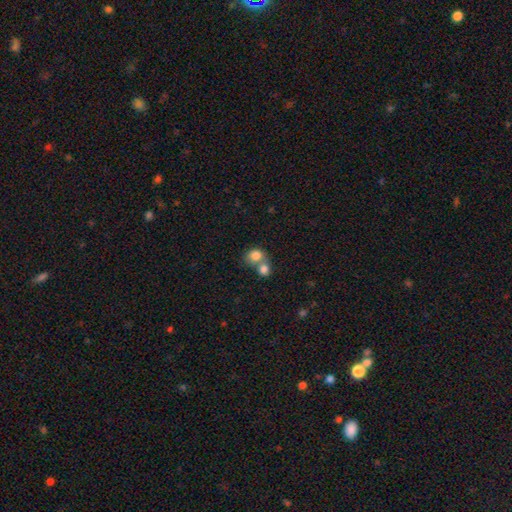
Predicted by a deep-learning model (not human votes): Overall: smooth (81%). How rounded: round (61%; in between 38%). Merging: merger (62%; none 28%).